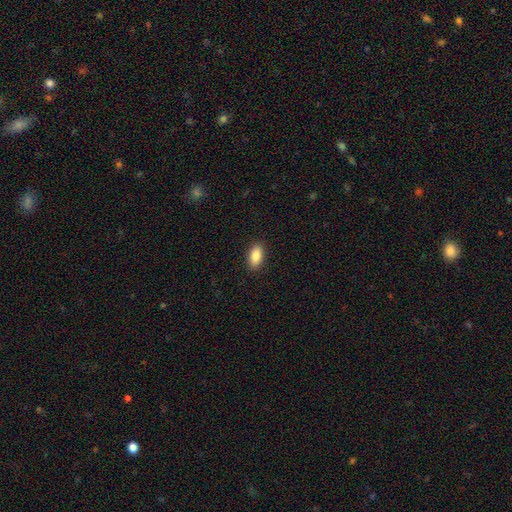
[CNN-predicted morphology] Smooth or featured? smooth (87%)
How rounded? in between (91%)
Merging? none (90%)